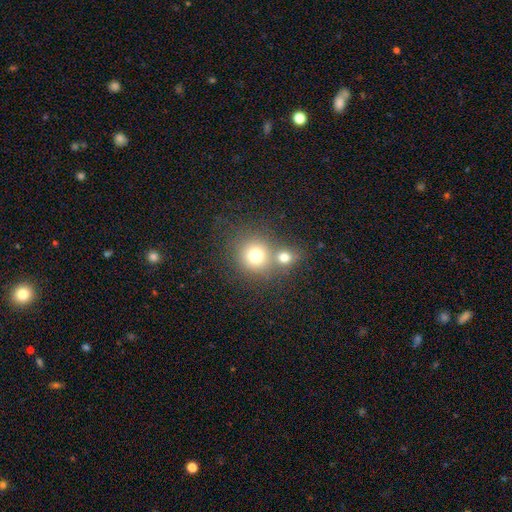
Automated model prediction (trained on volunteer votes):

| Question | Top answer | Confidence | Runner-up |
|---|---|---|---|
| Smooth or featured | smooth | 74% | star or artifact (14%) |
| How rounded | round | 88% | in between (11%) |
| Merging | none | 50% | merger (39%) |